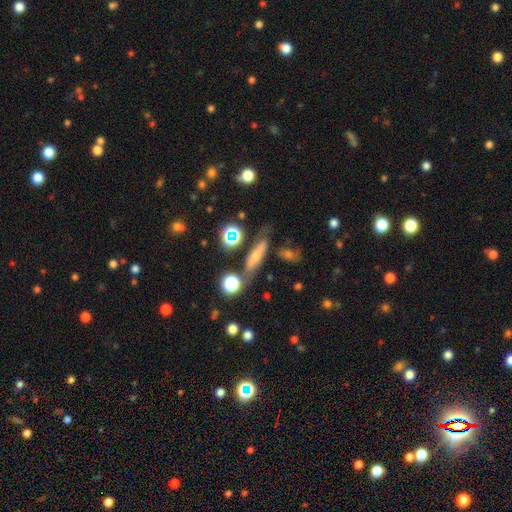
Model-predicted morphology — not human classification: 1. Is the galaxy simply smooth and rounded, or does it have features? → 50% smooth, 32% featured or disk, 18% star or artifact.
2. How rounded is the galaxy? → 55% cigar-shaped, 35% in between, 10% round.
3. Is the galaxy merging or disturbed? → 61% none, 20% minor disturbance, 9% major disturbance, 9% merger.